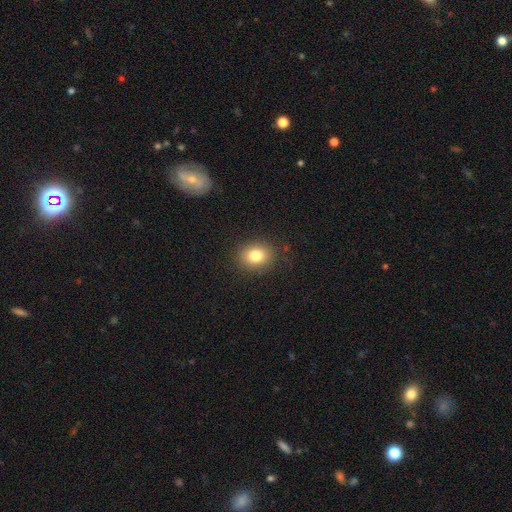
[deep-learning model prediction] A smooth galaxy with no disk features (80%) that is round (59%). Merging: none (87%).